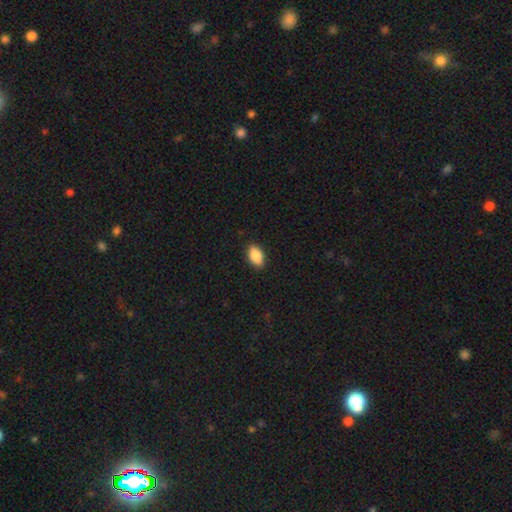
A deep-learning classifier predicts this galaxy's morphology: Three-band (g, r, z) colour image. It shows a smooth galaxy with no disk features (85%) that is in between round and cigar-shaped (91%). Merging: none (89%).